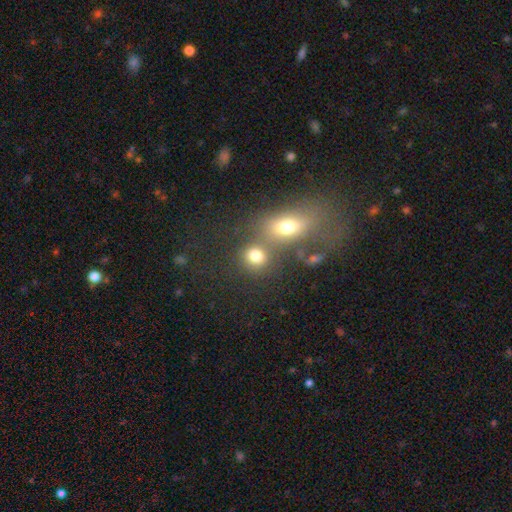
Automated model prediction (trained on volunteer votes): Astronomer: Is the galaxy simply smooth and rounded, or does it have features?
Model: smooth — 76%.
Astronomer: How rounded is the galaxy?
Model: round — 70%.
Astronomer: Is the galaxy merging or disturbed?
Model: none — 49% (runner-up: merger, 36%).